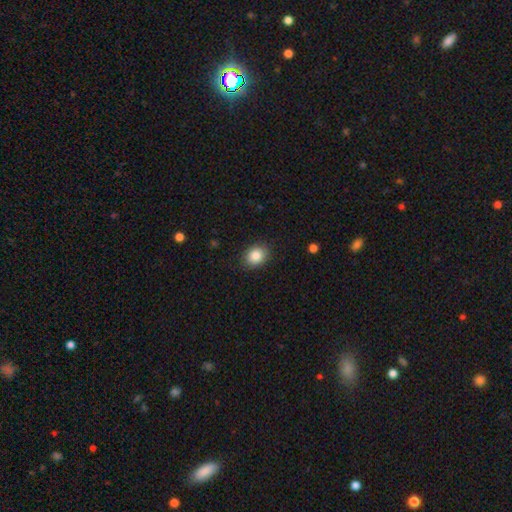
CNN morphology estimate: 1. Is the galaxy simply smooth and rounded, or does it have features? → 86% smooth, 8% star or artifact, 6% featured or disk.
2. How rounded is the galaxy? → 56% in between, 43% round, 1% cigar-shaped.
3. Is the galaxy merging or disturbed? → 86% none, 10% minor disturbance, 2% major disturbance, 1% merger.